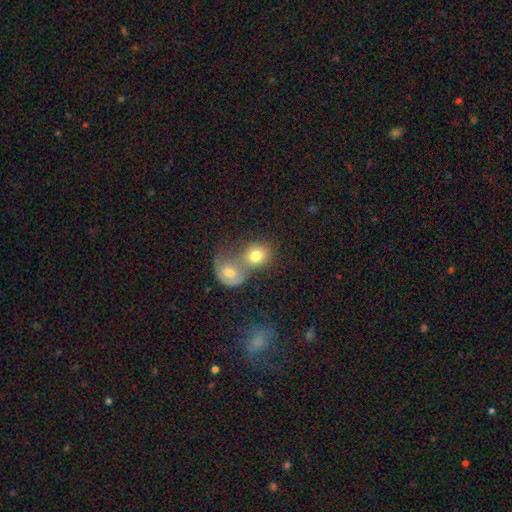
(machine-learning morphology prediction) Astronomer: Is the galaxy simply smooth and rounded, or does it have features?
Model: smooth — 76%.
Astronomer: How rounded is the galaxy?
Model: round — 67%.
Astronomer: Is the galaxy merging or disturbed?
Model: merger — 59%.